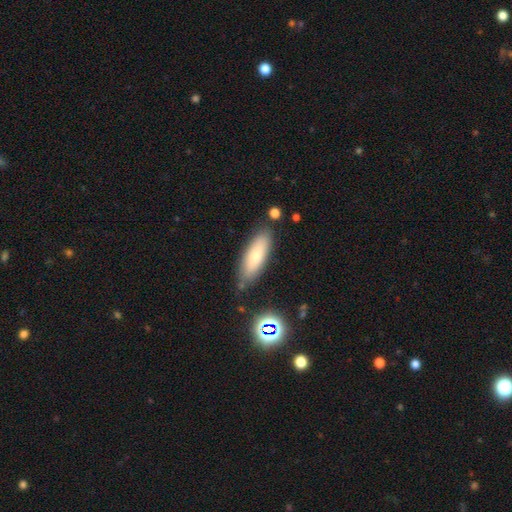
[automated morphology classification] Overall: smooth (74%). How rounded: in between (57%; cigar-shaped 41%). Merging: none (79%).